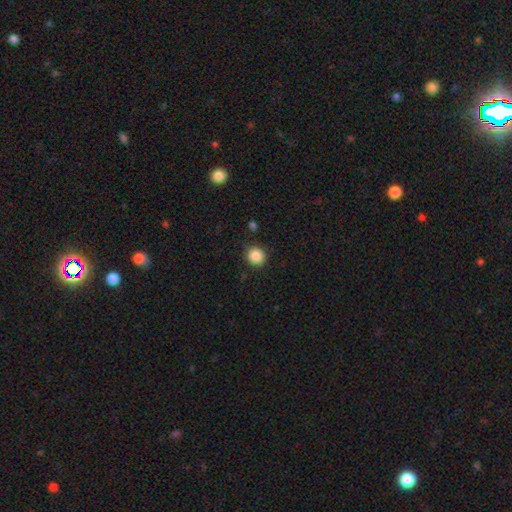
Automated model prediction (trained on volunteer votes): Q: Smooth or featured?
A: smooth (87%); runner-up: star or artifact (10%)
Q: How rounded?
A: round (90%); runner-up: in between (9%)
Q: Merging?
A: none (88%); runner-up: minor disturbance (8%)